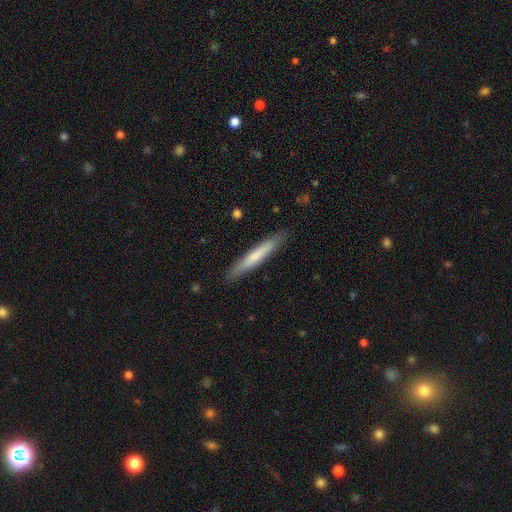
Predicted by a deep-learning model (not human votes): Smooth or featured? smooth (66%)
How rounded? cigar-shaped (95%)
Merging? none (88%)